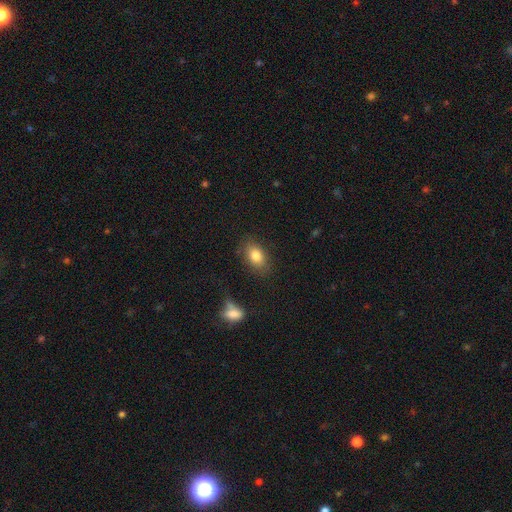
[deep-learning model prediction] A smooth galaxy with no disk features (82%) that is in between round and cigar-shaped (85%). Merging: none (79%).